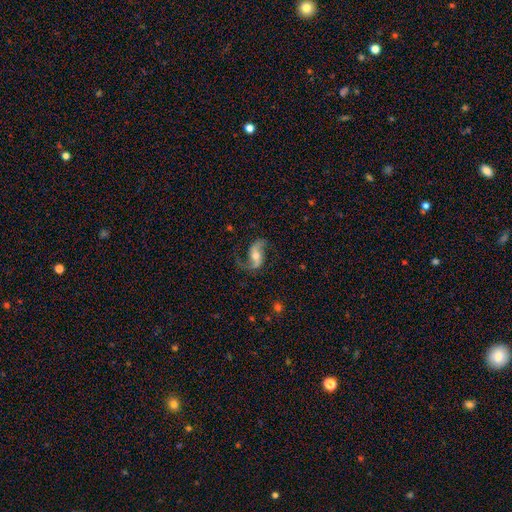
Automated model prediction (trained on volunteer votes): smooth-or-featured: featured or disk: 86% | smooth: 9% | star or artifact: 6%
  disk-edge-on: no: 96% | yes: 4%
    bar: no: 36% | weak: 35% | strong: 29%
    has-spiral-arms: yes: 96% | no: 4%
      spiral-winding: loose: 77% | medium: 19% | tight: 5%
      spiral-arm-count: 2: 91% | 1: 4% | can't tell: 2% | 3: 1% | 4: 1% | more than 4: 1%
    bulge-size: moderate: 62% | small: 29% | large: 5% | none: 2% | dominant: 1%
  merging: none: 73% | minor disturbance: 15% | major disturbance: 11% | merger: 2%